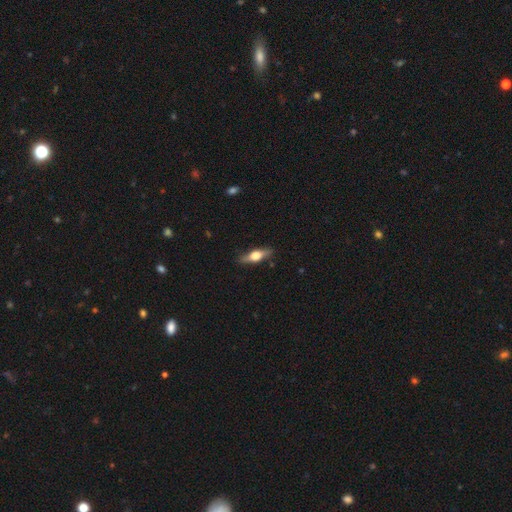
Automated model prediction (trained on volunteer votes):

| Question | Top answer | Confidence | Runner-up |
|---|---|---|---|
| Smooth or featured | featured or disk | 57% | smooth (37%) |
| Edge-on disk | yes | 93% | no (7%) |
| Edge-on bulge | rounded | 94% | boxy (4%) |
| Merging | none | 88% | minor disturbance (9%) |